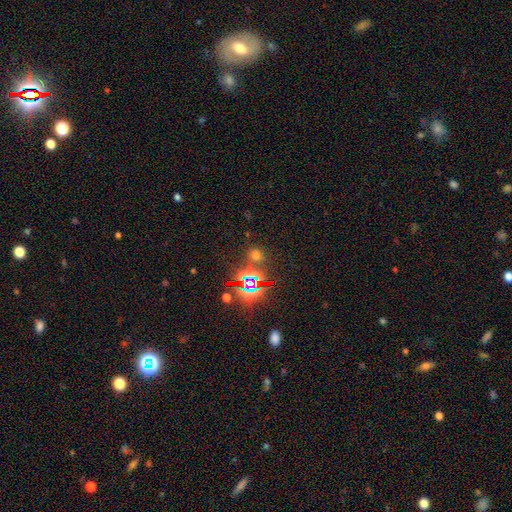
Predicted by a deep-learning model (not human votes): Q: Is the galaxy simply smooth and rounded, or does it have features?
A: smooth — 48%.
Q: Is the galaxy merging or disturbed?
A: none — 80%.